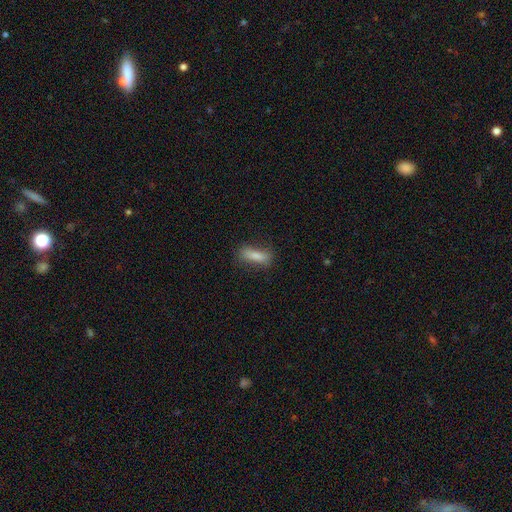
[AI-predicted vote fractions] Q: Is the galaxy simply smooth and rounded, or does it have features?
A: smooth — 78%.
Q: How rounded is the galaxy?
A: cigar-shaped — 52%.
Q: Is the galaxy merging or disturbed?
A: none — 73%.